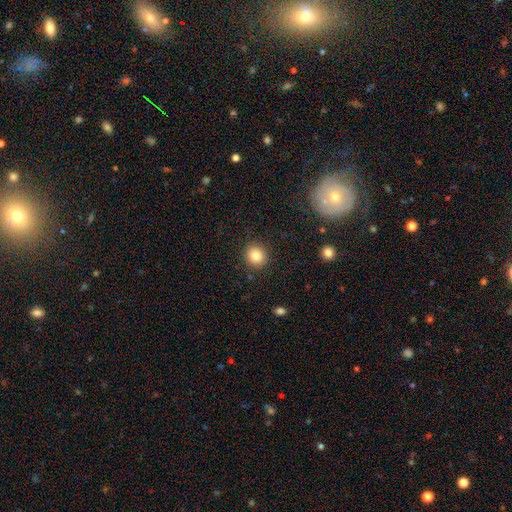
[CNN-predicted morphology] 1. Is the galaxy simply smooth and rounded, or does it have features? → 83% smooth, 10% star or artifact, 7% featured or disk.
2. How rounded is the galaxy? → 86% round, 13% in between, 1% cigar-shaped.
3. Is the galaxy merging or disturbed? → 89% none, 7% minor disturbance, 2% major disturbance, 1% merger.